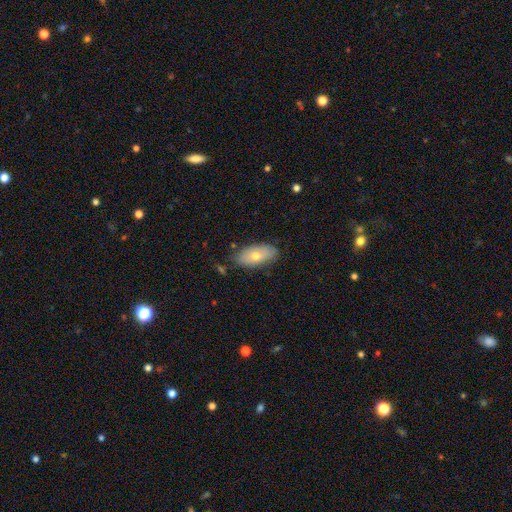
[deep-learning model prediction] smooth 65%, featured or disk 28%, star or artifact 7%. Down the decision tree: how rounded — in between (90%); merging — none (81%).